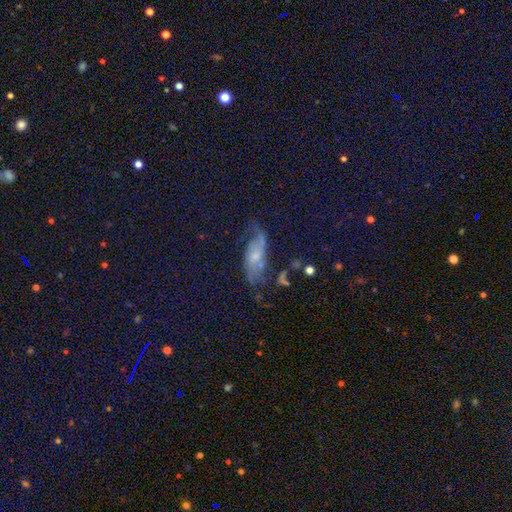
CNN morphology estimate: Smooth or featured?
  - featured or disk: 57% *
  - smooth: 25%
  - star or artifact: 17%
Edge-on disk?
  - no: 87% *
  - yes: 13%
Merging?
  - none: 52% *
  - minor disturbance: 24%
  - major disturbance: 19%
  - merger: 5%